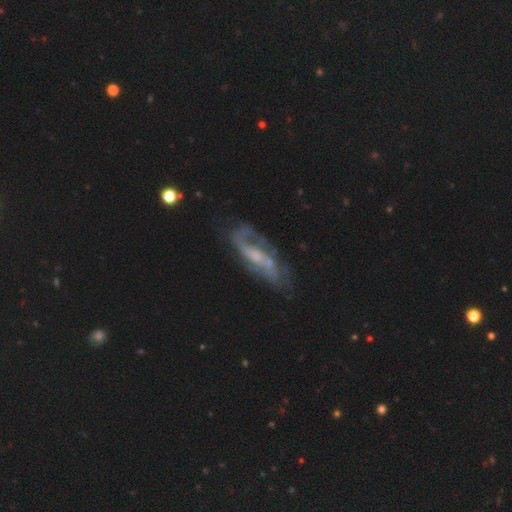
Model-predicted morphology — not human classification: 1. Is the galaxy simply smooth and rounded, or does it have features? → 79% featured or disk, 13% smooth, 8% star or artifact.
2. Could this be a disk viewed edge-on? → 84% no, 16% yes.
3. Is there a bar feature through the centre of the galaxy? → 45% weak, 36% no, 19% strong.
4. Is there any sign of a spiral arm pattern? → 87% yes, 13% no.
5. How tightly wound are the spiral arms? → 41% medium, 37% loose, 22% tight.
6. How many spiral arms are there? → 63% 2, 20% can't tell, 9% 1, 4% 3, 2% 4, 2% more than 4.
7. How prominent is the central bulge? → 48% small, 31% moderate, 17% none, 3% large, 1% dominant.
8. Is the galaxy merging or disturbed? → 64% none, 20% minor disturbance, 12% major disturbance, 3% merger.